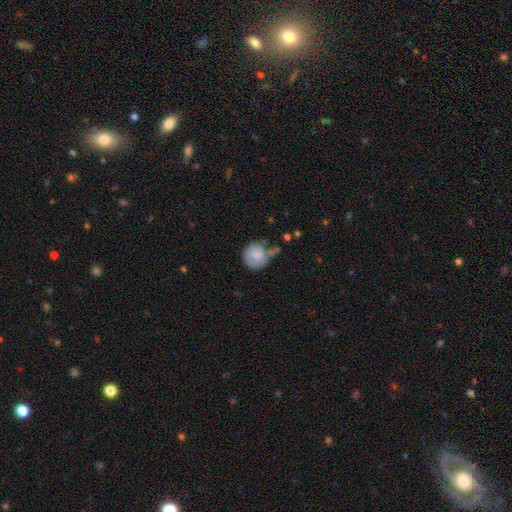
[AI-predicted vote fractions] Smooth or featured?
  - smooth: 70% *
  - featured or disk: 23%
  - star or artifact: 7%
How rounded?
  - round: 87% *
  - in between: 12%
  - cigar-shaped: 1%
Merging?
  - none: 51% *
  - minor disturbance: 28%
  - major disturbance: 10%
  - merger: 10%